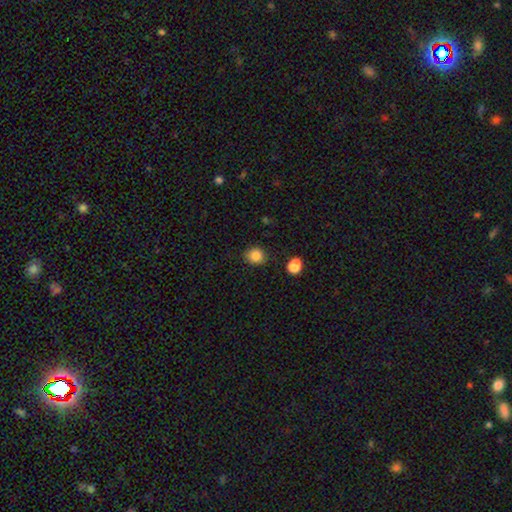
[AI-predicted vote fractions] Smooth or featured? smooth (86%)
How rounded? round (80%)
Merging? none (84%)